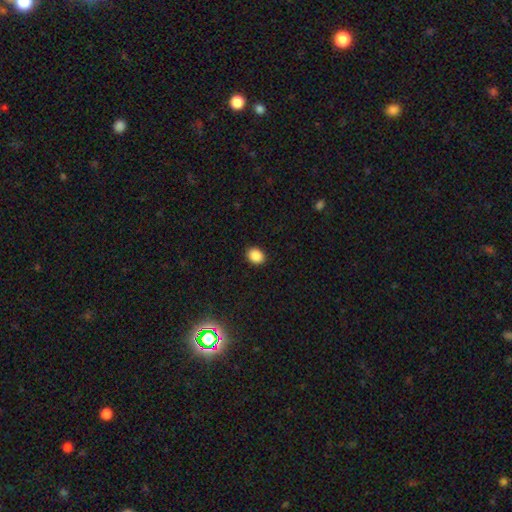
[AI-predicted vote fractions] Smooth or featured: smooth — 88% (star or artifact — 9%)
How rounded: in between — 52% (round — 47%)
Merging: none — 90% (minor disturbance — 7%)